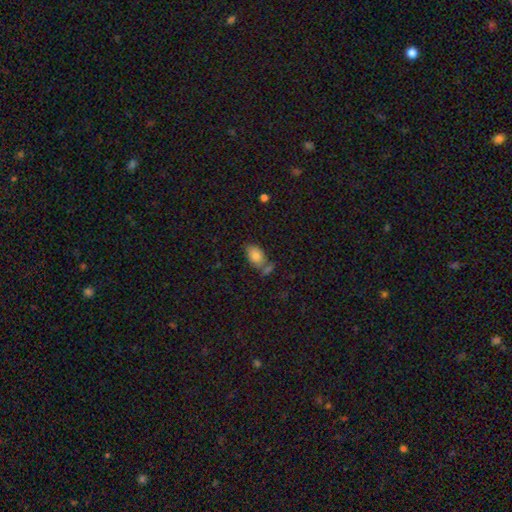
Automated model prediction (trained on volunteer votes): Smooth or featured? Predicted: smooth (p=0.82). How rounded? Predicted: in between (p=0.88). Merging? Predicted: none (p=0.56).